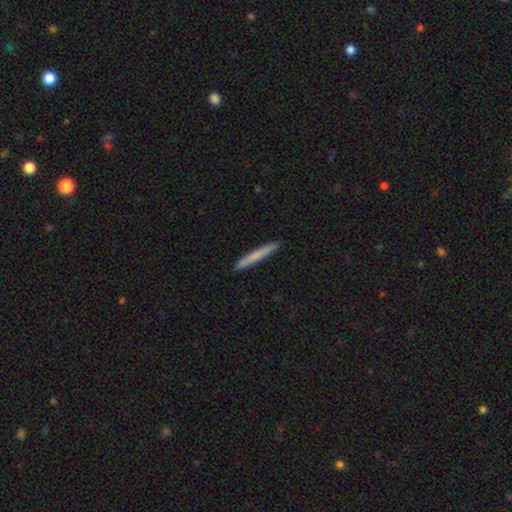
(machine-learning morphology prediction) Overall: smooth (71%). How rounded: cigar-shaped (97%). Merging: none (91%).